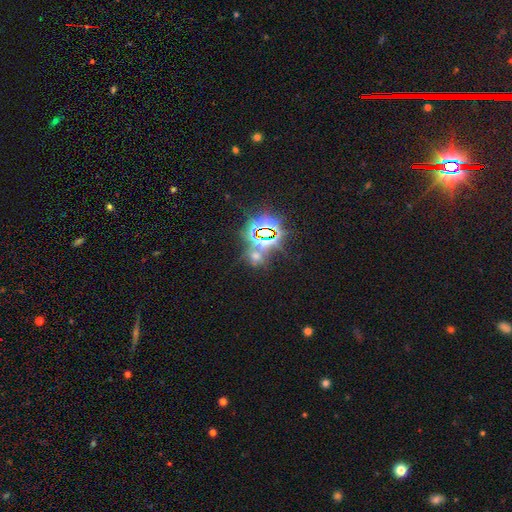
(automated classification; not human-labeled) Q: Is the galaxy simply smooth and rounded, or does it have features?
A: star or artifact — 66%.